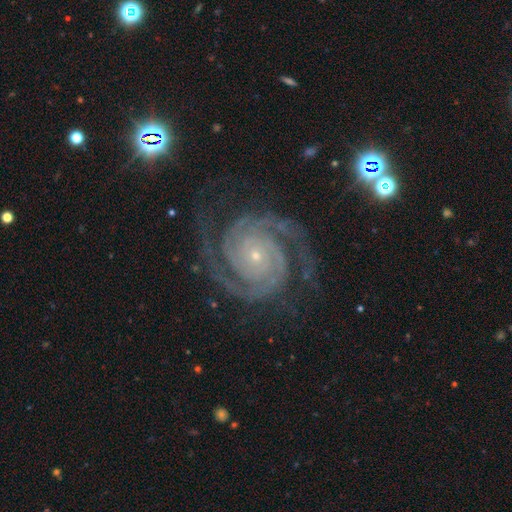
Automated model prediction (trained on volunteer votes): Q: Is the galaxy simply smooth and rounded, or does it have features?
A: featured or disk — 93%.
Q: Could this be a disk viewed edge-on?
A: no — 98%.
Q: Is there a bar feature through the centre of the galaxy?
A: no — 77%.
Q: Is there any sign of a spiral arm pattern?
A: yes — 99%.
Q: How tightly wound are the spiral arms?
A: tight — 77%.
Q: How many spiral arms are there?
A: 2 — 81%.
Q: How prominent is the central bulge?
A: small — 85%.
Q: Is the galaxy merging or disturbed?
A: none — 80%.